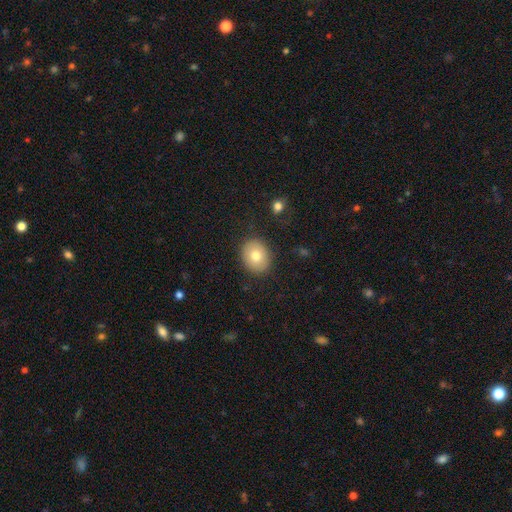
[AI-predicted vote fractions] A smooth galaxy with no disk features (77%) that is round (57%). Merging: none (87%).